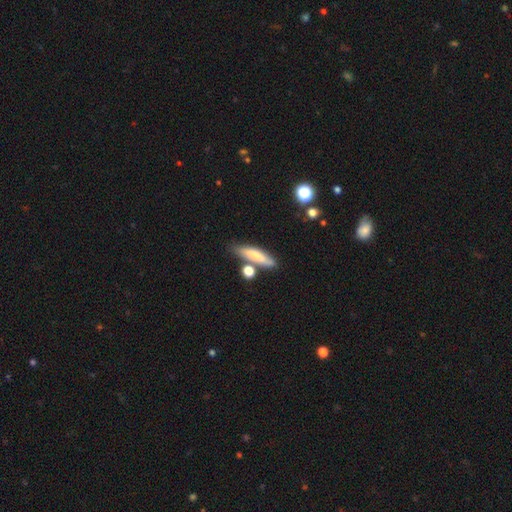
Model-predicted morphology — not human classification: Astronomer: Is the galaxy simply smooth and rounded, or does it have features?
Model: smooth — 70%.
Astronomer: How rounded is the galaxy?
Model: cigar-shaped — 71%.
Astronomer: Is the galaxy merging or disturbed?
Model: none — 65%.